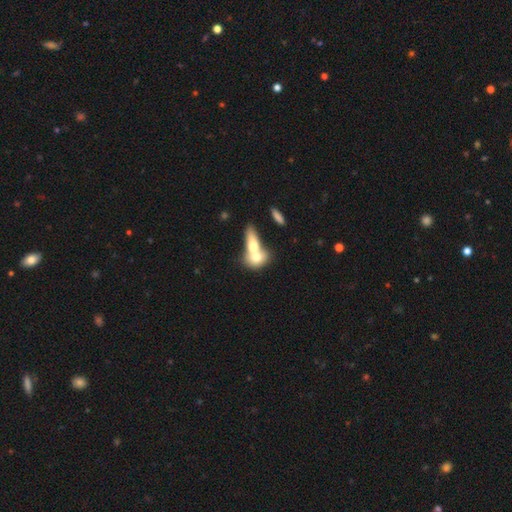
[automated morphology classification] type=smooth (66%); roundness=in between (63%); merging=merger (76%).